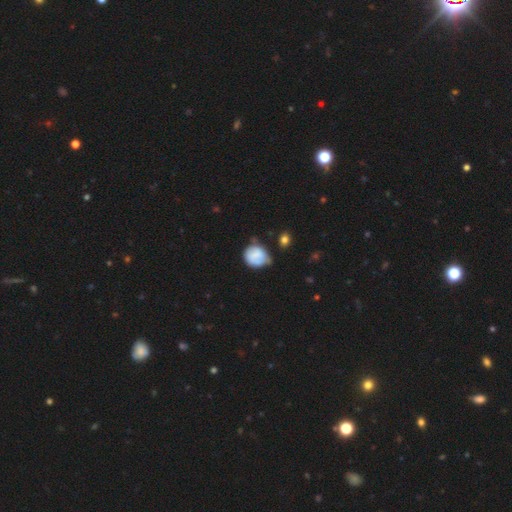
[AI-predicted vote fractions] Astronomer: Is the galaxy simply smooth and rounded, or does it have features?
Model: smooth — 72%.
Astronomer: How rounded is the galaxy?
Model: round — 71%.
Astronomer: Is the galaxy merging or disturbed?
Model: minor disturbance — 42% (runner-up: none, 40%).